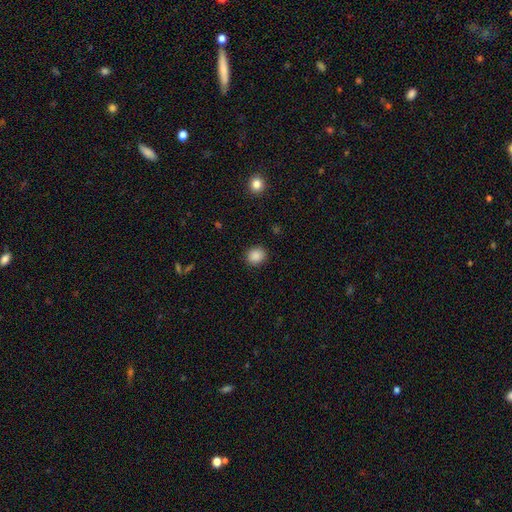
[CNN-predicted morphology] This appears to be a smooth galaxy with no disk features (88%) that is round (78%). Merging: none (90%).